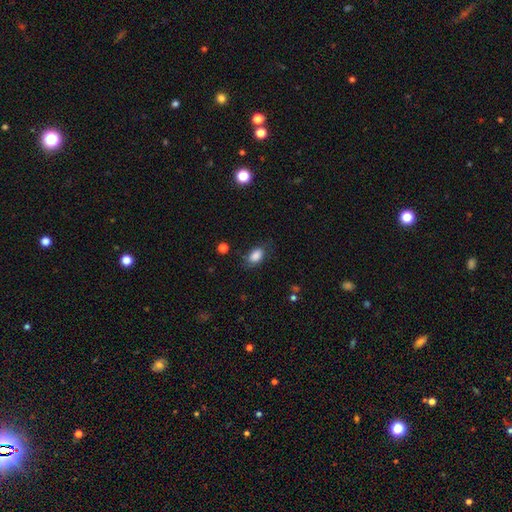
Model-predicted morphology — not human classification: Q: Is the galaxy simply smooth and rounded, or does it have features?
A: smooth — 84%.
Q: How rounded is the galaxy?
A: in between — 88%.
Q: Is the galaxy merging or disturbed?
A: none — 69%.